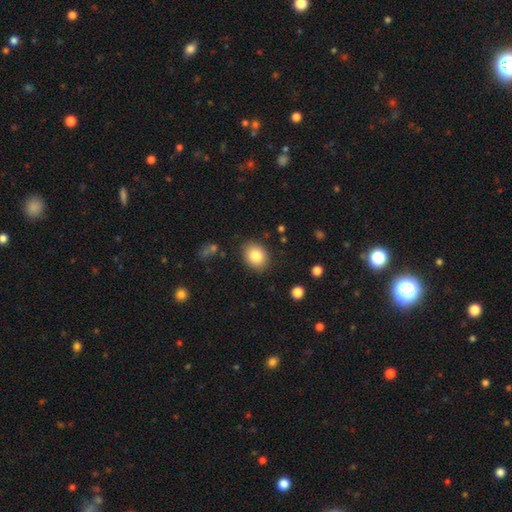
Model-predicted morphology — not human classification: This is clearly a smooth galaxy (83%). How rounded: possibly in between (55%). Merging: clearly none (85%).